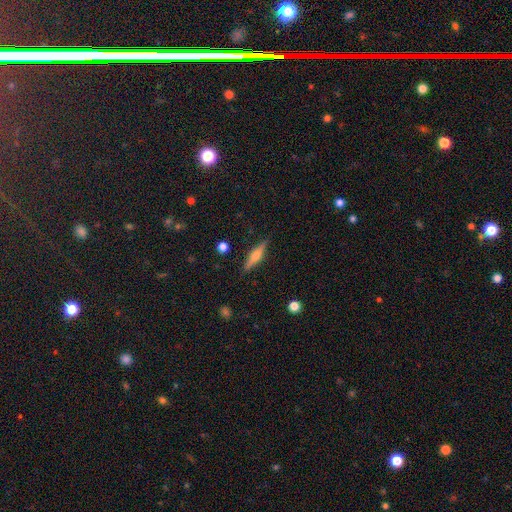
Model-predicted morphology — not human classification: featured or disk 50%, smooth 42%, star or artifact 7%. Down the decision tree: edge-on disk — yes (95%); merging — none (88%).